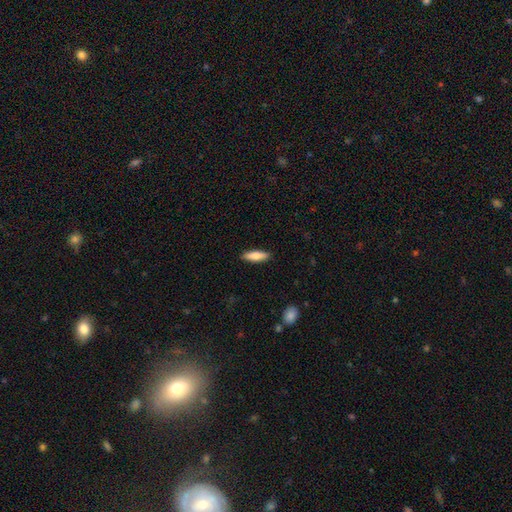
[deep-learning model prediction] Overall: smooth (78%). How rounded: cigar-shaped (55%; in between 43%). Merging: none (89%).